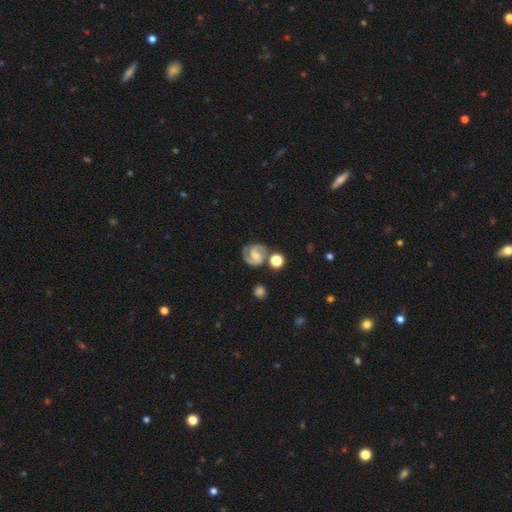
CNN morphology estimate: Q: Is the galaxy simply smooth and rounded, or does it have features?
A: featured or disk — 84%.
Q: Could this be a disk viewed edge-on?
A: no — 98%.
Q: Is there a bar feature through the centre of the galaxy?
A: weak — 46%.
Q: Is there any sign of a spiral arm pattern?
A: yes — 97%.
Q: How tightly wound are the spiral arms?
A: medium — 50%.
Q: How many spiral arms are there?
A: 2 — 87%.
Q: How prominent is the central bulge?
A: small — 48%.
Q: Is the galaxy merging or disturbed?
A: none — 68%.